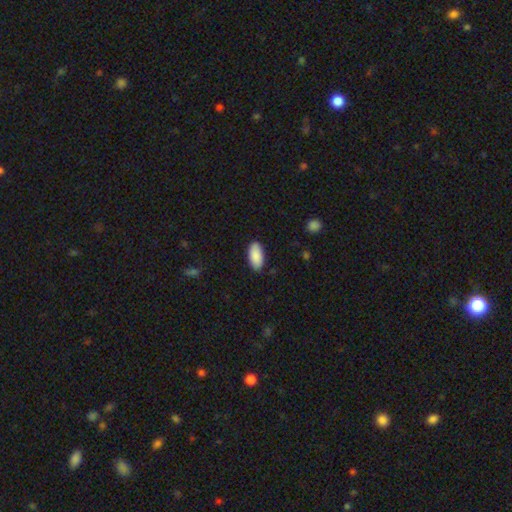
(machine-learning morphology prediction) Smooth or featured? Predicted: smooth (p=0.90). How rounded? Predicted: in between (p=0.94). Merging? Predicted: none (p=0.88).